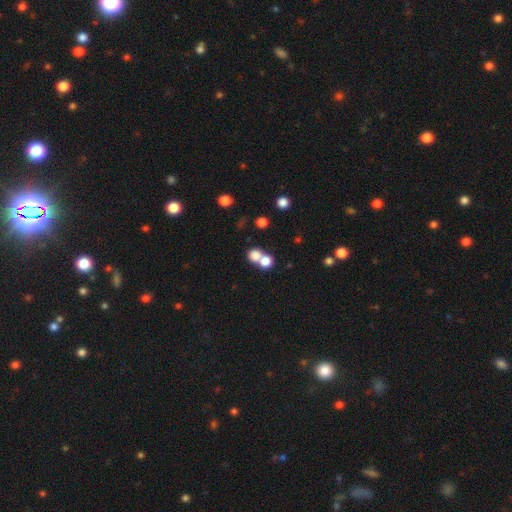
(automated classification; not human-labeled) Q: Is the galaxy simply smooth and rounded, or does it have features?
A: smooth — 78%.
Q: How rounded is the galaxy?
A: round — 80%.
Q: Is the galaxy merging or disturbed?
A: merger — 55%.